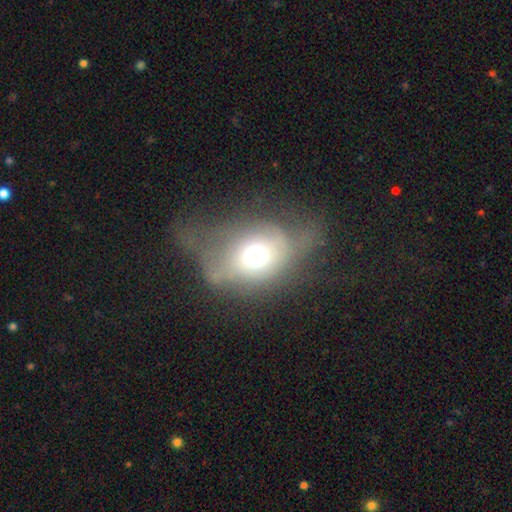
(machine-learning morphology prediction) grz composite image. It shows a smooth galaxy with no disk features (53%) that is round (54%). Merging: major disturbance (40%).